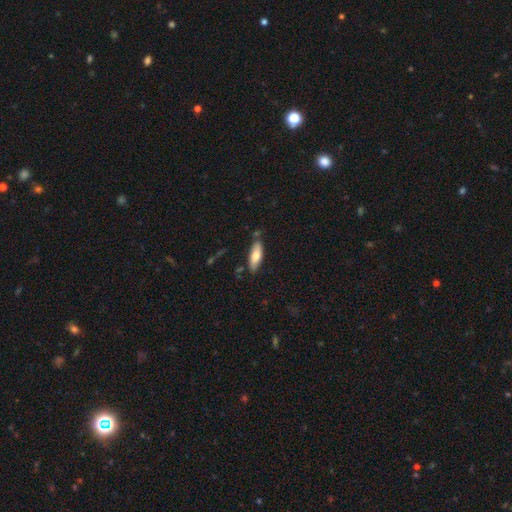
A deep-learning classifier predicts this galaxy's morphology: Smooth or featured: smooth — 74% (featured or disk — 20%)
How rounded: in between — 61% (cigar-shaped — 37%)
Merging: none — 77% (minor disturbance — 16%)